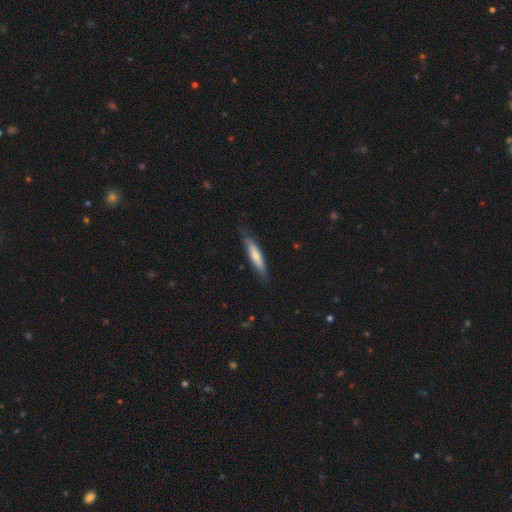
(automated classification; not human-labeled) This is likely a smooth galaxy (67%). How rounded: clearly cigar-shaped (84%). Merging: likely none (77%).